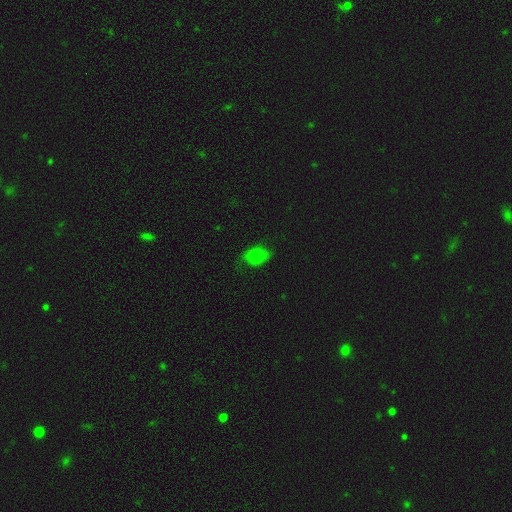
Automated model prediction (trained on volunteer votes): Morphology: type=smooth (72%); roundness=in between (76%); merging=none (62%).